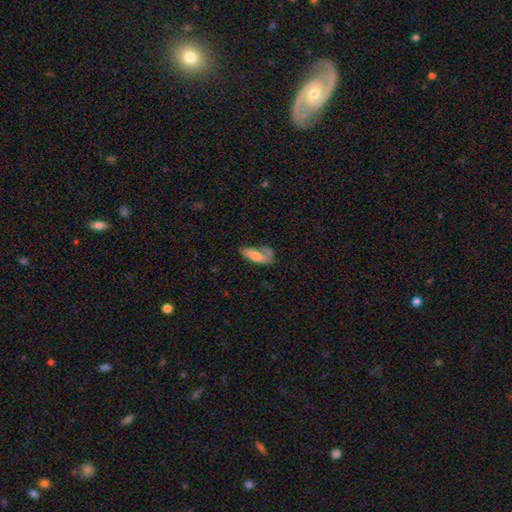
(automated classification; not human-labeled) smooth 68%, featured or disk 25%, star or artifact 7%. Down the decision tree: how rounded — in between (67%); merging — none (39%).